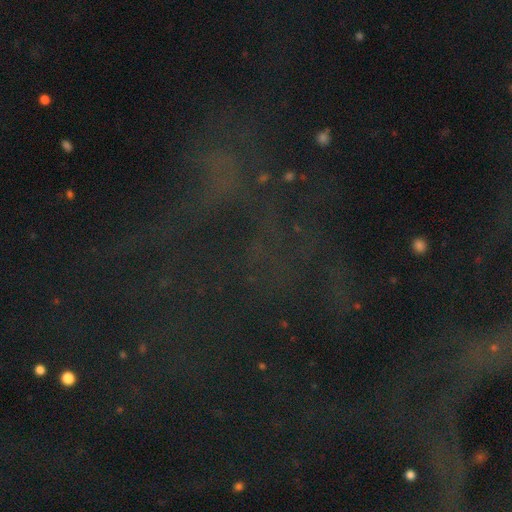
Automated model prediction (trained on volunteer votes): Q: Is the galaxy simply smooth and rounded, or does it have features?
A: star or artifact — 68%.